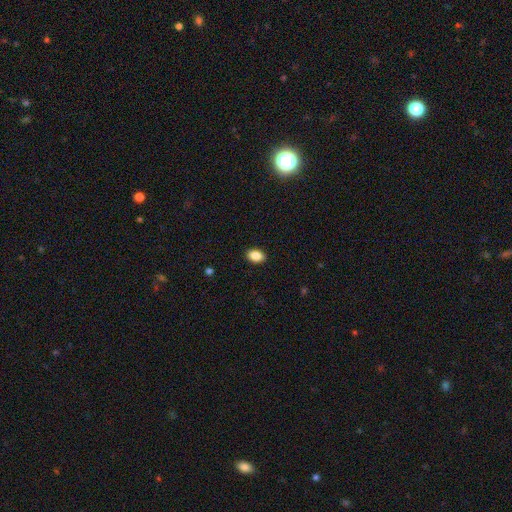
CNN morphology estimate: smooth 88%, star or artifact 8%, featured or disk 4%. Down the decision tree: how rounded — in between (84%); merging — none (90%).